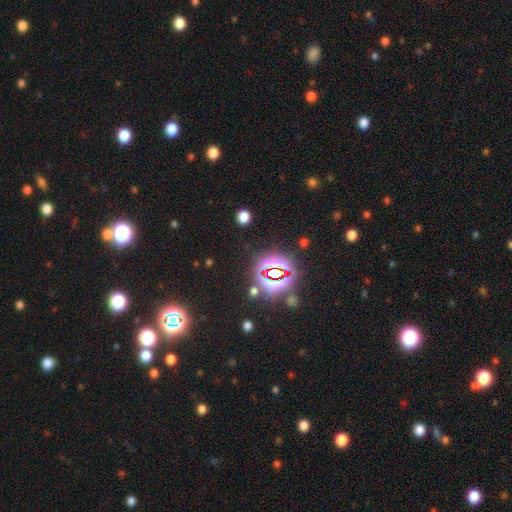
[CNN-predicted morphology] This appears to be a star or artifact, not a galaxy (78%).